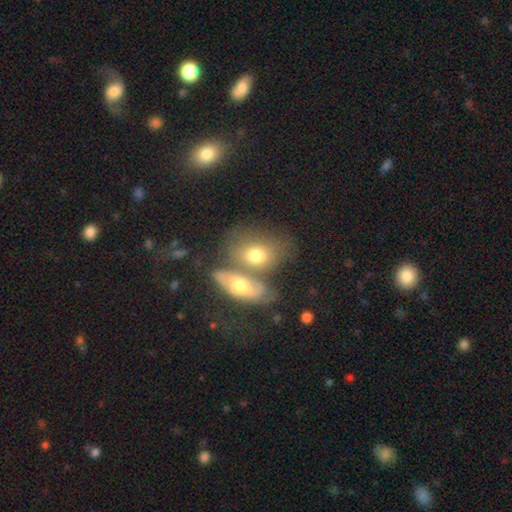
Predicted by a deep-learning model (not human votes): This appears to be a smooth galaxy with no disk features (60%) that is in between round and cigar-shaped (72%). Merging: merger (52%).